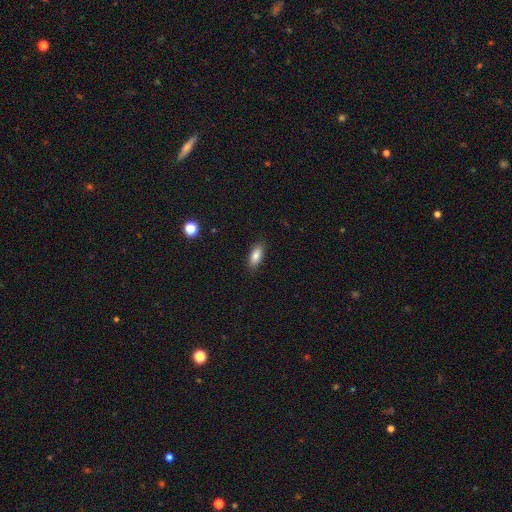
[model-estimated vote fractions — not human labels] Smooth or featured: smooth — 84% (featured or disk — 9%)
How rounded: in between — 83% (cigar-shaped — 15%)
Merging: none — 88% (minor disturbance — 9%)